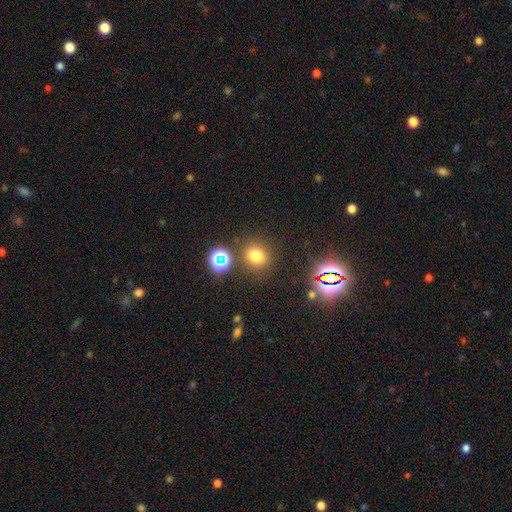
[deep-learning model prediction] Overall: smooth (72%). How rounded: round (78%). Merging: none (81%).